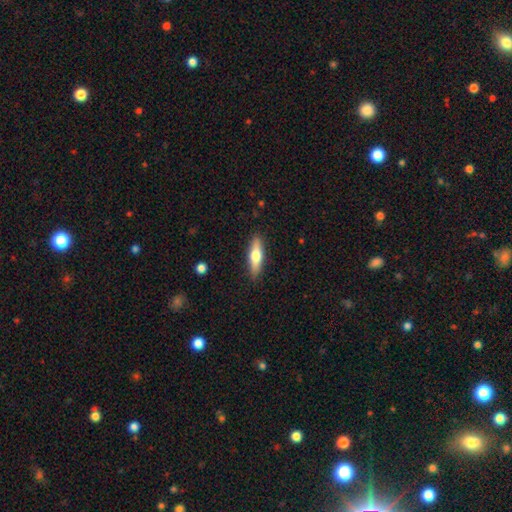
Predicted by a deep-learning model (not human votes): Smooth or featured: smooth — 55% (featured or disk — 39%)
How rounded: cigar-shaped — 62% (in between — 36%)
Merging: none — 88% (minor disturbance — 9%)